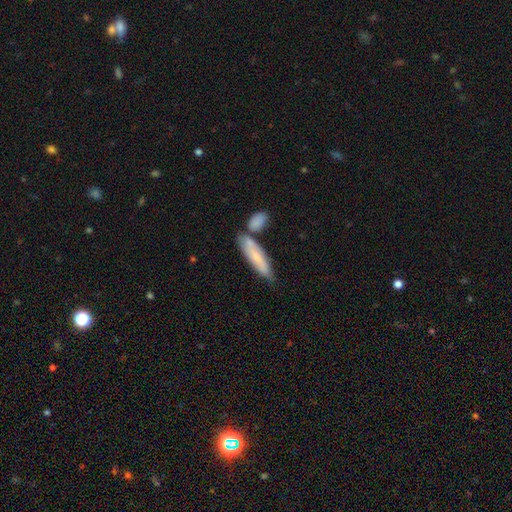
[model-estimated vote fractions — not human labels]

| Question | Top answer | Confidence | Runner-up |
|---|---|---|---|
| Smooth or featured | smooth | 69% | featured or disk (25%) |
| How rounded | cigar-shaped | 68% | in between (30%) |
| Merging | none | 52% | merger (28%) |